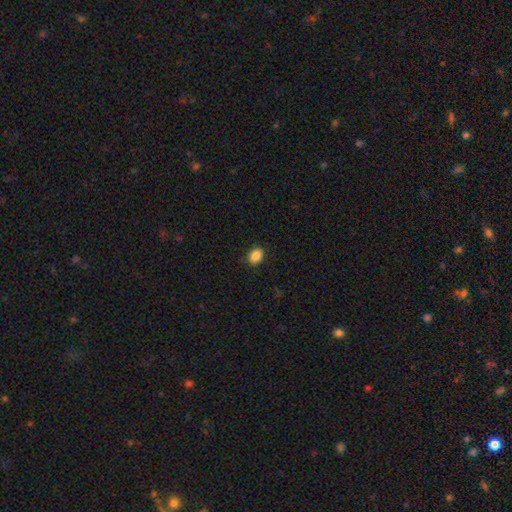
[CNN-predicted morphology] smooth 87%, star or artifact 9%, featured or disk 4%. Down the decision tree: how rounded — in between (71%); merging — none (87%).